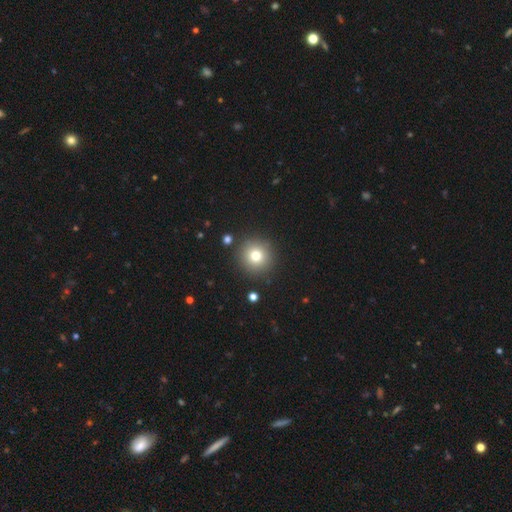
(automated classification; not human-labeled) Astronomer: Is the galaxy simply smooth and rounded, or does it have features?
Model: smooth — 76%.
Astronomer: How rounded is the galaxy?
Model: round — 94%.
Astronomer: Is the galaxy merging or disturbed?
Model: none — 89%.